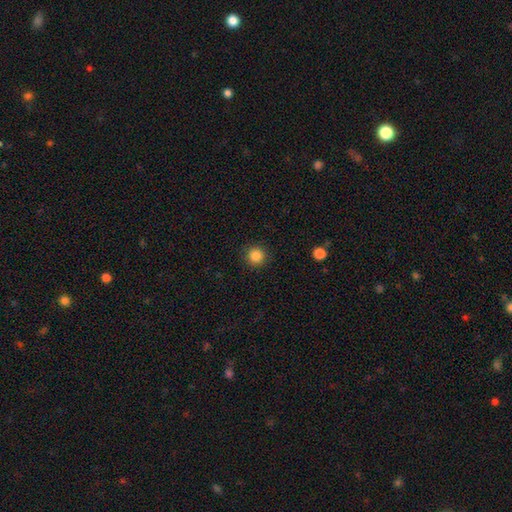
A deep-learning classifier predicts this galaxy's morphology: A smooth galaxy with no disk features (86%) that is round (95%).

Vote fractions:
- Smooth or featured? smooth: 86% / star or artifact: 11% / featured or disk: 3%
- How rounded? round: 95% / in between: 4% / cigar-shaped: 1%
- Merging? none: 91% / minor disturbance: 6% / major disturbance: 2% / merger: 1%